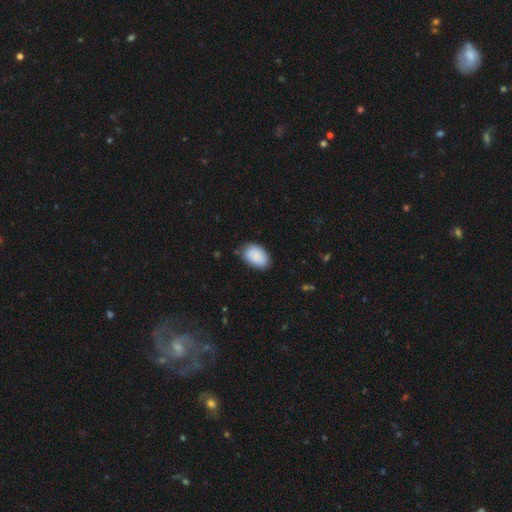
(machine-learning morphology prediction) Q: Smooth or featured?
A: smooth (88%); runner-up: star or artifact (6%)
Q: How rounded?
A: in between (90%); runner-up: round (9%)
Q: Merging?
A: none (76%); runner-up: minor disturbance (19%)